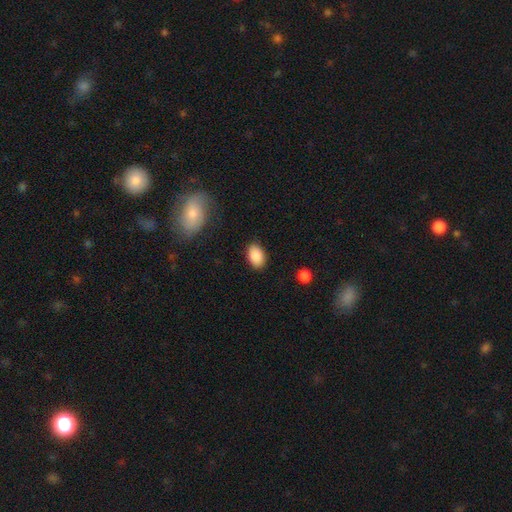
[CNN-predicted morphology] Q: Smooth or featured?
A: smooth (88%); runner-up: star or artifact (7%)
Q: How rounded?
A: in between (89%); runner-up: round (10%)
Q: Merging?
A: none (87%); runner-up: minor disturbance (9%)